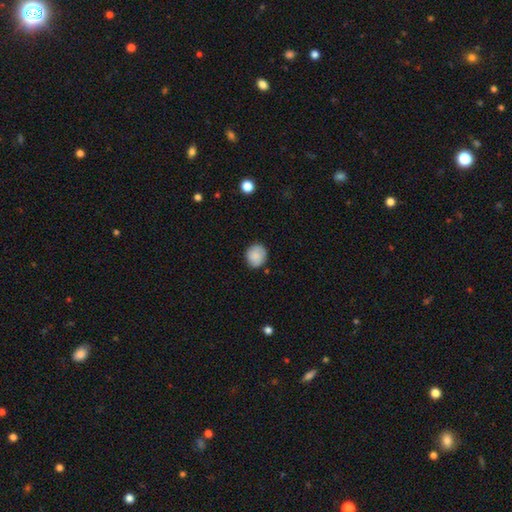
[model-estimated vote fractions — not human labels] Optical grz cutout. It shows a smooth galaxy with no disk features (82%) that is round (81%). Merging: none (81%).